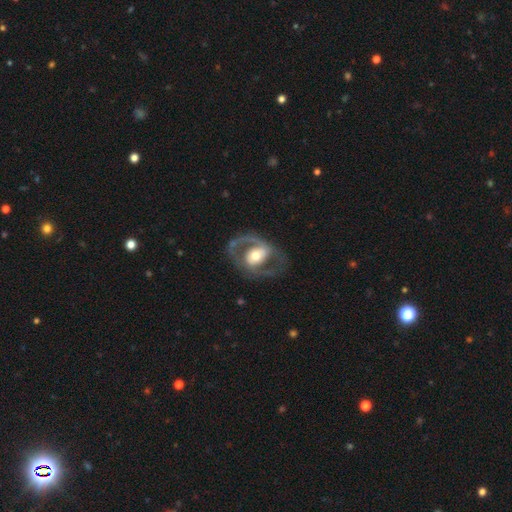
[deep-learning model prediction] Smooth or featured? featured or disk (77%)
Edge-on disk? no (96%)
Bar? no (52%)
Spiral arms? yes (70%)
Spiral winding? medium (52%)
Spiral arm count? 2 (83%)
Bulge size? moderate (61%)
Merging? none (66%)